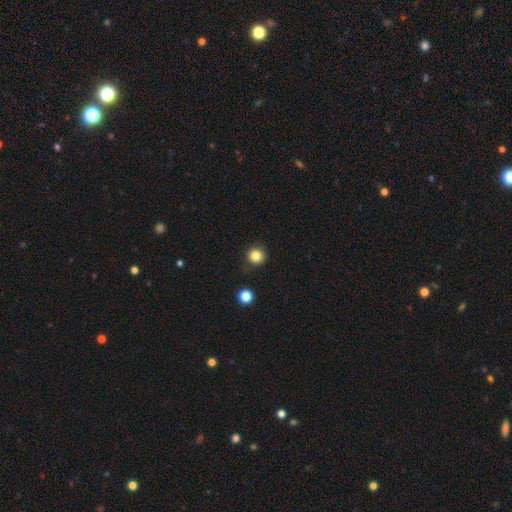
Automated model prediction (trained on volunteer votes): smooth-or-featured: smooth: 82% | star or artifact: 12% | featured or disk: 5%
  how-rounded: round: 95% | in between: 4% | cigar-shaped: 1%
  merging: none: 89% | minor disturbance: 7% | major disturbance: 2% | merger: 2%